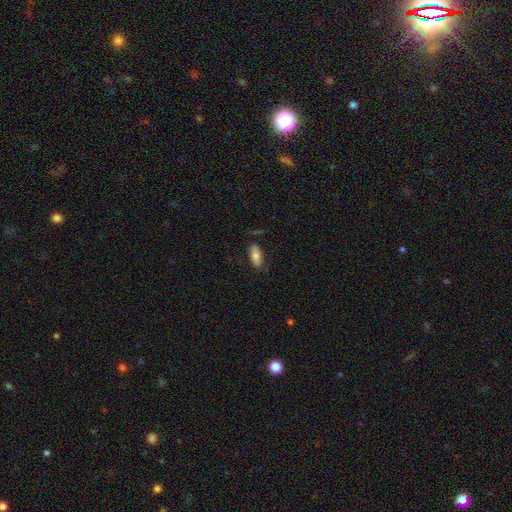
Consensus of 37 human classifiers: Smooth or featured?
  - smooth: 68% *
  - featured or disk: 30%
  - star or artifact: 3%
How rounded?
  - in between: 80% *
  - cigar-shaped: 20%
  - round: 0%
Merging?
  - none: 86% *
  - minor disturbance: 8%
  - major disturbance: 3%
  - merger: 3%